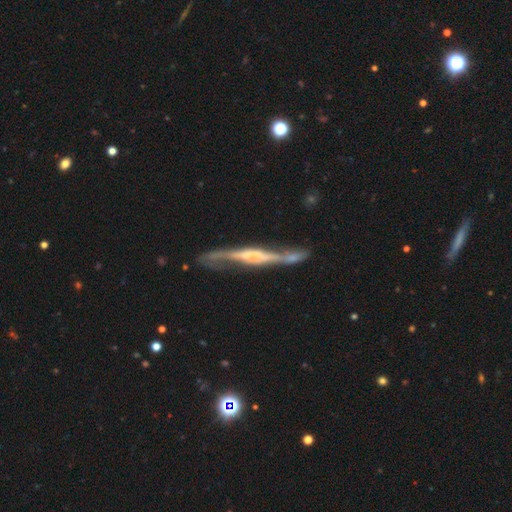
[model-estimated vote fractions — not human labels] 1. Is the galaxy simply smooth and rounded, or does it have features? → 80% featured or disk, 14% smooth, 6% star or artifact.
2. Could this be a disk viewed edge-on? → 81% yes, 19% no.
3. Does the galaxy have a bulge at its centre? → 40% boxy, 33% rounded, 27% none.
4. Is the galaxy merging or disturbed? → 52% none, 23% minor disturbance, 13% merger, 13% major disturbance.